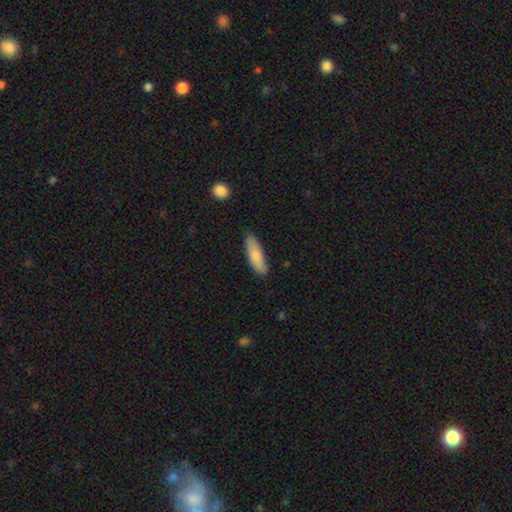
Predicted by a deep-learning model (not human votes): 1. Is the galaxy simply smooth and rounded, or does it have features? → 81% smooth, 14% featured or disk, 6% star or artifact.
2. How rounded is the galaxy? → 51% in between, 48% cigar-shaped, 2% round.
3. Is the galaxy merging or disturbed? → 80% none, 16% minor disturbance, 2% major disturbance, 2% merger.